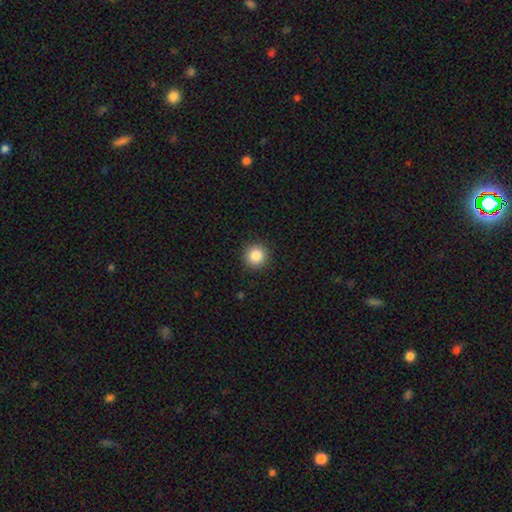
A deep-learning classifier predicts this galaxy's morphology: Smooth or featured: smooth — 86% (star or artifact — 10%)
How rounded: round — 95% (in between — 4%)
Merging: none — 92% (minor disturbance — 5%)